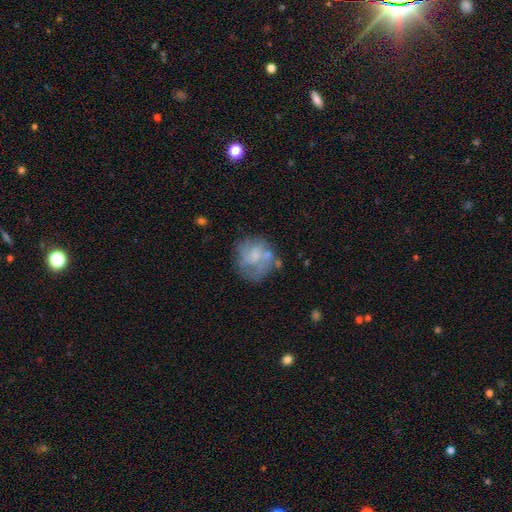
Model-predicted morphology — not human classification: A featured or disk galaxy (52%) with no bar (71%), spiral arms (50%, tied with no) and no central bulge (37%).

Vote fractions:
- Smooth or featured? featured or disk: 52% / smooth: 39% / star or artifact: 9%
- Edge-on disk? no: 98% / yes: 2%
- Bar? no: 71% / weak: 24% / strong: 4%
- Spiral arms? yes: 50% (tied) / no: 50% (tied)
- Bulge size? none: 37% / small: 28% / moderate: 28% / large: 6% / dominant: 1%
- Merging? none: 50% / minor disturbance: 23% / major disturbance: 19% / merger: 8%